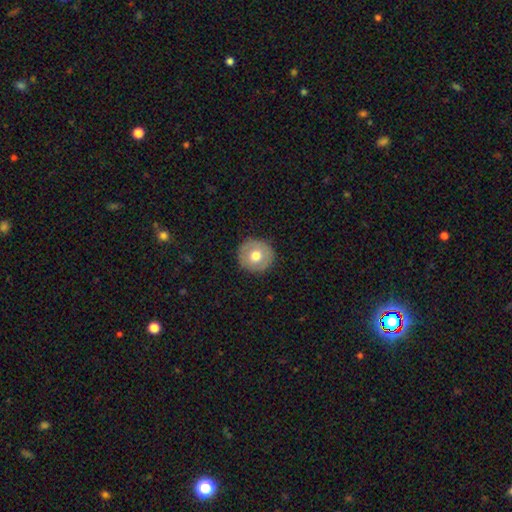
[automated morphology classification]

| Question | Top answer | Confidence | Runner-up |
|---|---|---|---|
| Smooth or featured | smooth | 66% | featured or disk (27%) |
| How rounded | round | 93% | in between (6%) |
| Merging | none | 90% | minor disturbance (7%) |